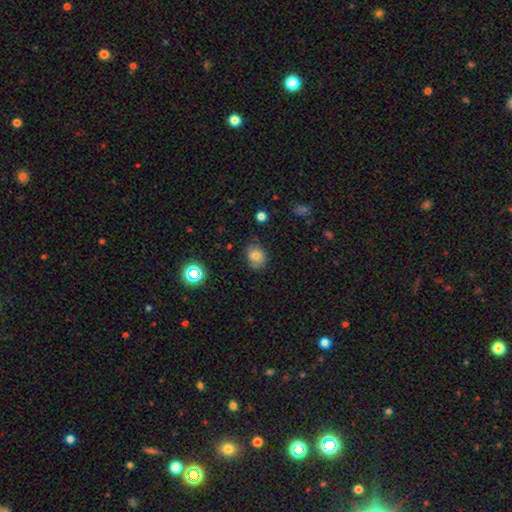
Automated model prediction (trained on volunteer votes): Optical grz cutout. It shows a smooth galaxy with no disk features (75%) that is in between round and cigar-shaped (51%). Merging: none (73%).